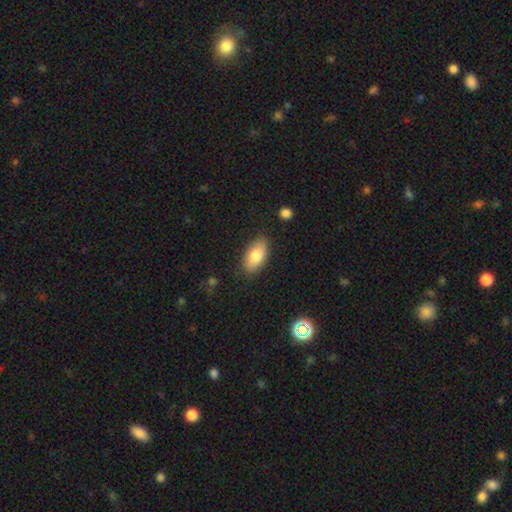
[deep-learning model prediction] Smooth or featured? smooth (81%)
How rounded? in between (91%)
Merging? none (82%)